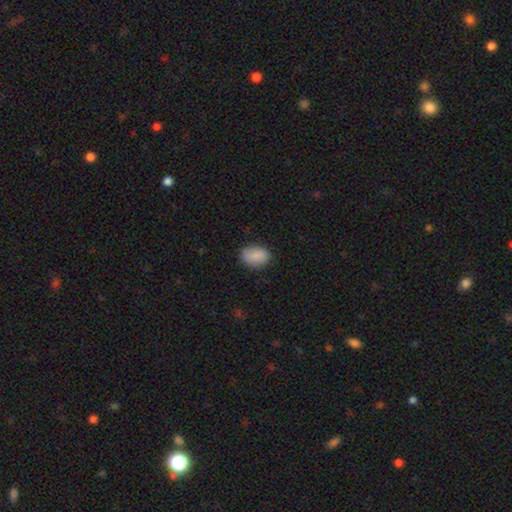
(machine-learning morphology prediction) The model was most divided on "how rounded": in between: 83%, round: 16%, cigar-shaped: 1%. More confident: smooth or featured — smooth (88%); merging — none (81%).